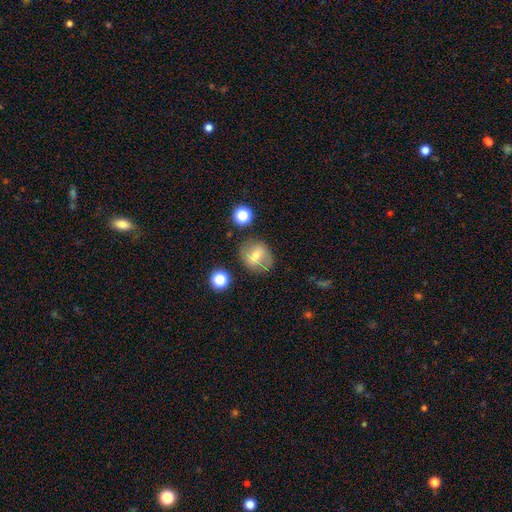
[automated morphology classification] smooth_or_featured: smooth (p=0.52) [alt: featured or disk p=0.37]
how_rounded: round (p=0.72) [alt: in between p=0.27]
merging: none (p=0.80) [alt: minor disturbance p=0.13]